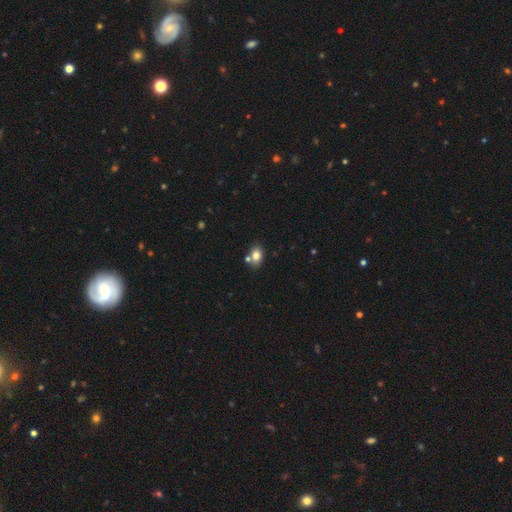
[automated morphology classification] Smooth or featured: smooth — 79% (featured or disk — 11%)
How rounded: in between — 76% (round — 23%)
Merging: none — 65% (merger — 20%)